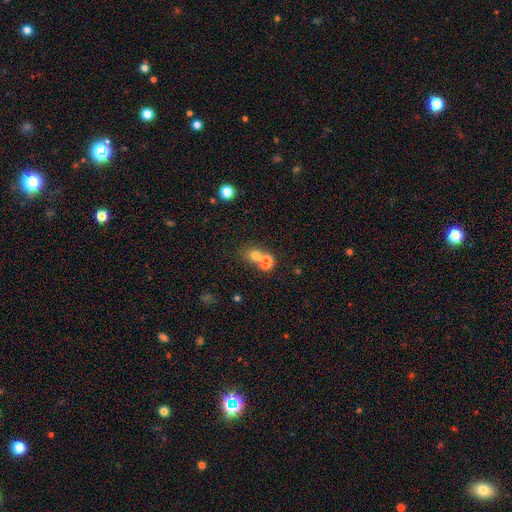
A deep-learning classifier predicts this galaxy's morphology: type=smooth (73%); roundness=round (59%); merging=merger (58%).